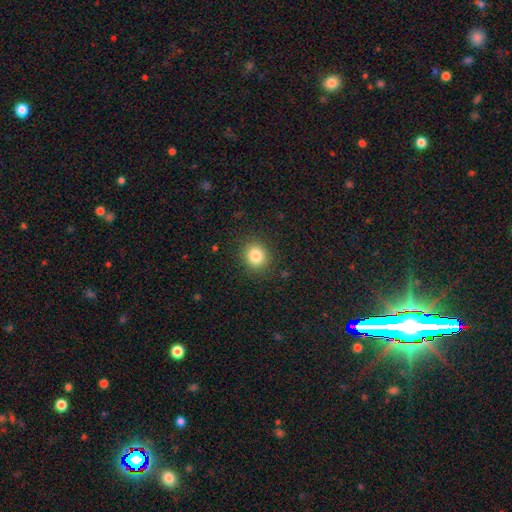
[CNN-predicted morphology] Q: Smooth or featured?
A: smooth (83%); runner-up: star or artifact (11%)
Q: How rounded?
A: round (78%); runner-up: in between (21%)
Q: Merging?
A: none (89%); runner-up: minor disturbance (7%)